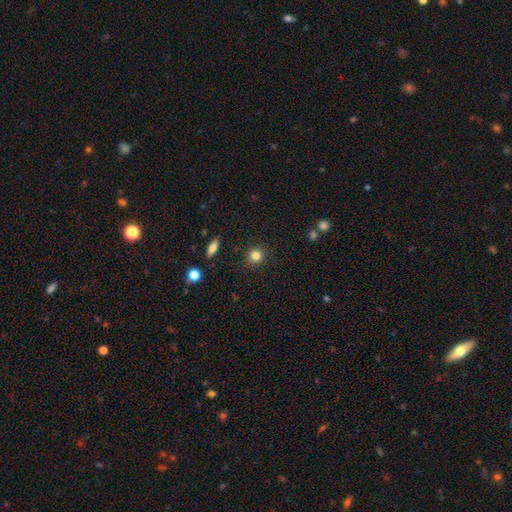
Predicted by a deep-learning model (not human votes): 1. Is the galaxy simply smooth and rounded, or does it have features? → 83% smooth, 11% star or artifact, 6% featured or disk.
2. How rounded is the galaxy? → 90% round, 9% in between, 1% cigar-shaped.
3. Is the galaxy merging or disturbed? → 90% none, 7% minor disturbance, 2% major disturbance, 1% merger.